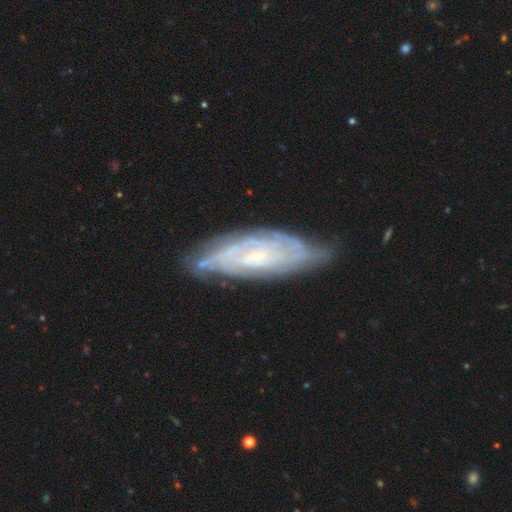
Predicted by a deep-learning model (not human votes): Q: Smooth or featured?
A: featured or disk (81%); runner-up: smooth (12%)
Q: Edge-on disk?
A: no (85%); runner-up: yes (15%)
Q: Bar?
A: no (55%); runner-up: weak (35%)
Q: Spiral arms?
A: yes (94%); runner-up: no (6%)
Q: Spiral winding?
A: tight (73%); runner-up: medium (23%)
Q: Spiral arm count?
A: can't tell (45%); runner-up: 2 (22%)
Q: Bulge size?
A: small (62%); runner-up: moderate (24%)
Q: Merging?
A: none (69%); runner-up: minor disturbance (23%)